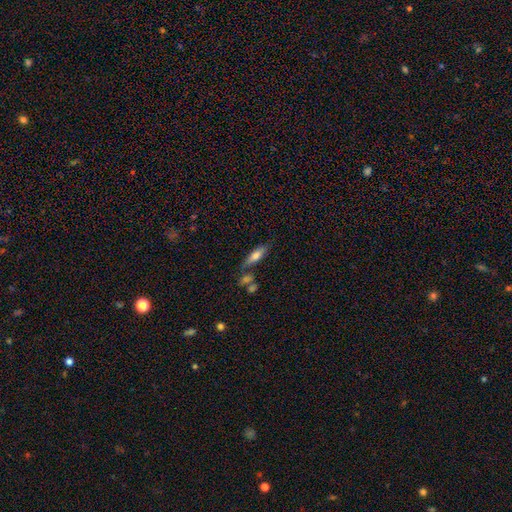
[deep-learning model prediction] Morphology: type=smooth (62%); roundness=cigar-shaped (55%); merging=none (63%).